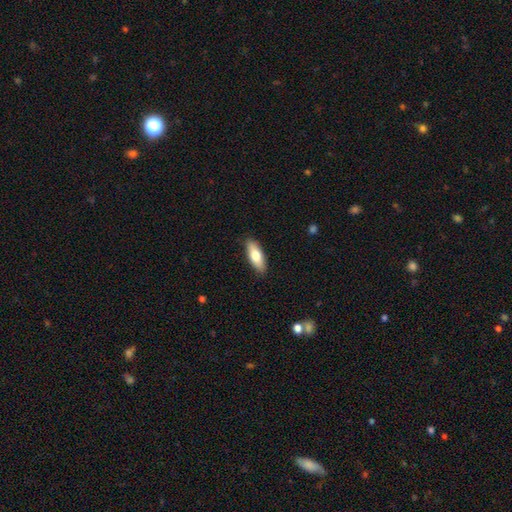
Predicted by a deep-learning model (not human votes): A smooth galaxy with no disk features (72%) that is in between round and cigar-shaped (67%). Merging: none (89%).